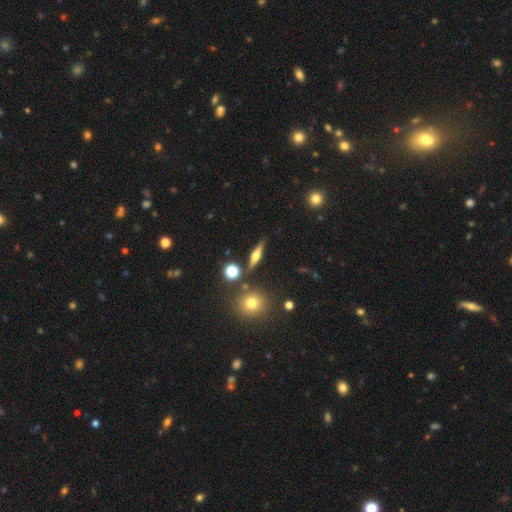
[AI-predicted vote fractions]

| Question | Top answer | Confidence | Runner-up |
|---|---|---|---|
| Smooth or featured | featured or disk | 62% | smooth (28%) |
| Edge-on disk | yes | 94% | no (6%) |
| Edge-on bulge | rounded | 91% | boxy (6%) |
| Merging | none | 84% | minor disturbance (9%) |